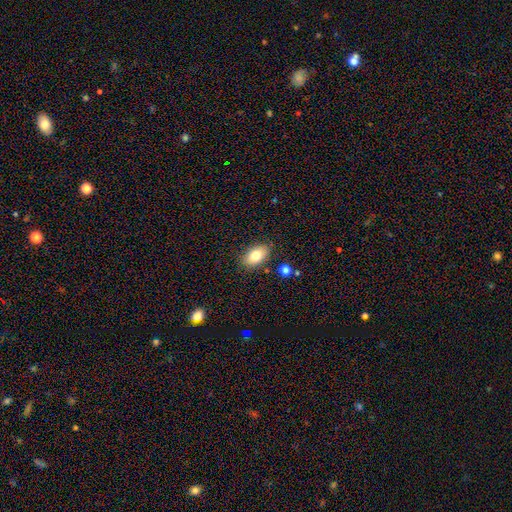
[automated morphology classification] A smooth galaxy with no disk features (79%) that is in between round and cigar-shaped (90%). Merging: none (85%).